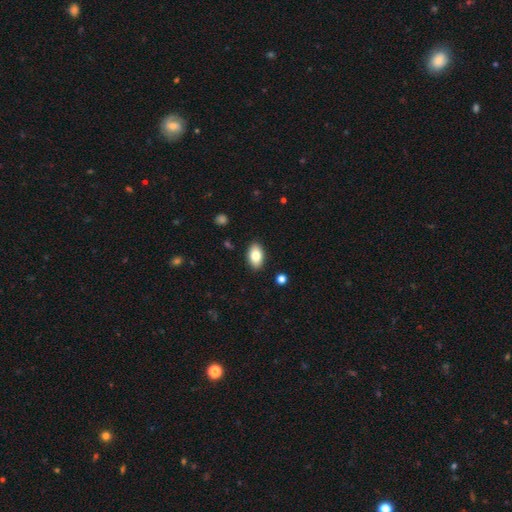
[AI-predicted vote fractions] smooth-or-featured: smooth: 82% | featured or disk: 11% | star or artifact: 7%
  how-rounded: in between: 92% | round: 6% | cigar-shaped: 2%
  merging: none: 89% | minor disturbance: 8% | major disturbance: 2% | merger: 1%